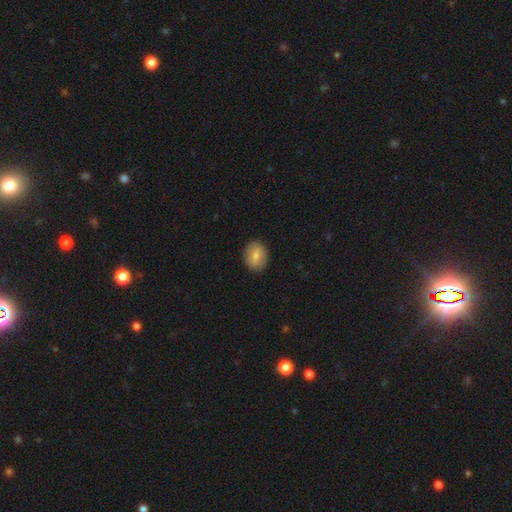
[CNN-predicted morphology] This appears to be a smooth galaxy with no disk features (78%) that is in between round and cigar-shaped (57%). Merging: none (89%).